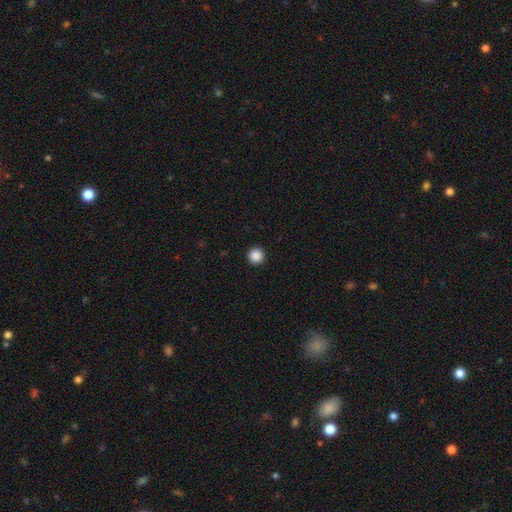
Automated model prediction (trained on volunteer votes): This is clearly a smooth galaxy (88%). How rounded: clearly round (97%). Merging: clearly none (94%).